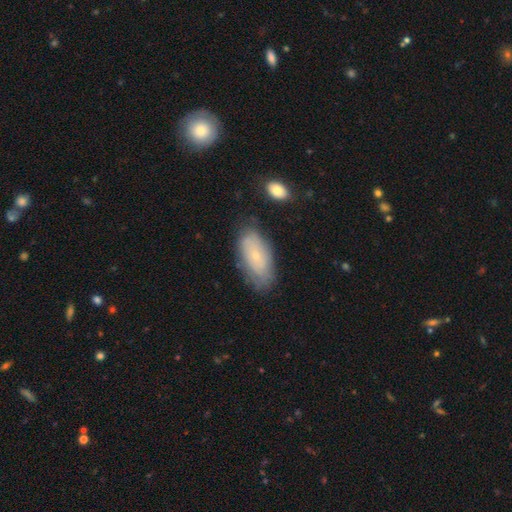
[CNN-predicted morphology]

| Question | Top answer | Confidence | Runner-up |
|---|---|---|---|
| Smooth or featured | smooth | 54% | featured or disk (39%) |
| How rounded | in between | 91% | cigar-shaped (5%) |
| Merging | none | 70% | minor disturbance (21%) |